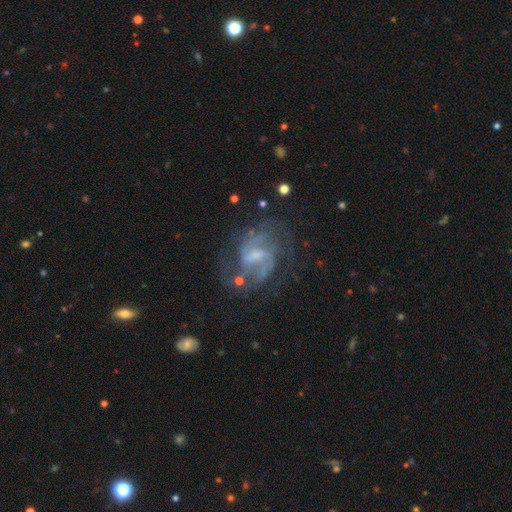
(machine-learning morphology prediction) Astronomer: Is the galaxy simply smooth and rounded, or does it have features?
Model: featured or disk — 84%.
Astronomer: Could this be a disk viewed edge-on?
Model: no — 97%.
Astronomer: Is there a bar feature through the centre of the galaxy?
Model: weak — 59%.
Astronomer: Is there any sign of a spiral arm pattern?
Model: yes — 93%.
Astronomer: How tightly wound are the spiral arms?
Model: medium — 53%.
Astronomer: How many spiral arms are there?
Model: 2 — 67%.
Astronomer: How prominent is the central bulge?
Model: small — 47% (runner-up: moderate, 29%).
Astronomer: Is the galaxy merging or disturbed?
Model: none — 62%.